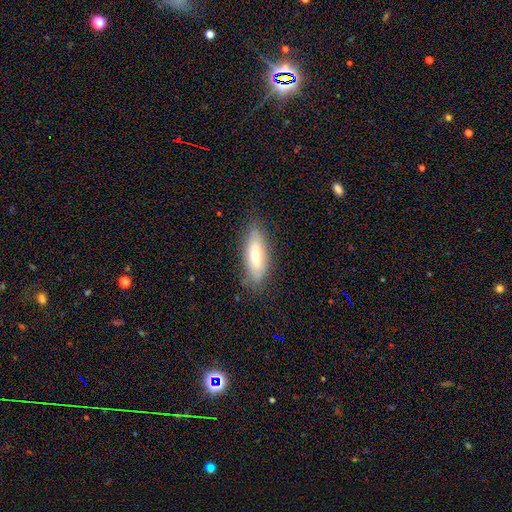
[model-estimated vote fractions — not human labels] A smooth galaxy with no disk features (67%) that is in between round and cigar-shaped (63%).

Vote fractions:
- Smooth or featured? smooth: 67% / featured or disk: 26% / star or artifact: 7%
- How rounded? in between: 63% / cigar-shaped: 35% / round: 2%
- Merging? none: 77% / minor disturbance: 17% / major disturbance: 4% / merger: 1%